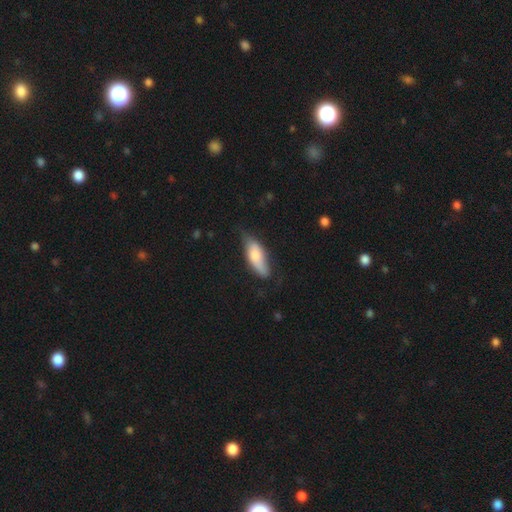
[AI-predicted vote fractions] Q: Smooth or featured?
A: smooth (67%); runner-up: featured or disk (28%)
Q: How rounded?
A: in between (70%); runner-up: cigar-shaped (28%)
Q: Merging?
A: none (61%); runner-up: minor disturbance (31%)